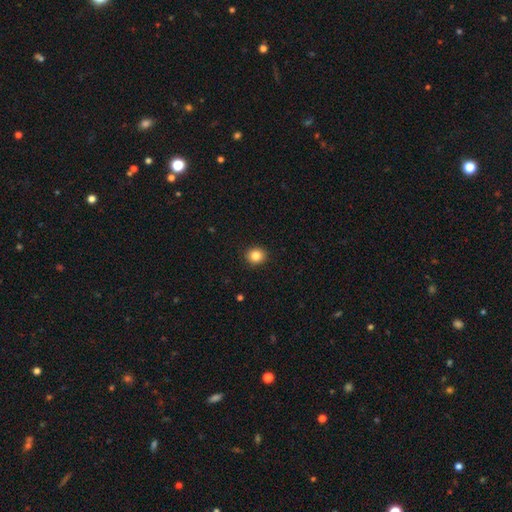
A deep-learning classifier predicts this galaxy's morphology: Smooth or featured? Predicted: smooth (p=0.84). How rounded? Predicted: round (p=0.86). Merging? Predicted: none (p=0.92).